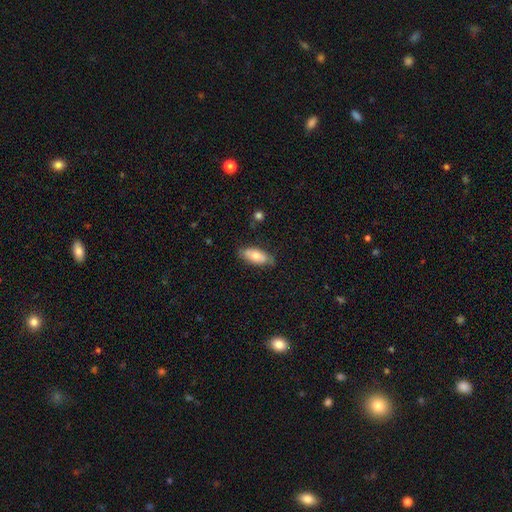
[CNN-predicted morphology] smooth 71%, featured or disk 23%, star or artifact 6%. Down the decision tree: how rounded — in between (84%); merging — none (75%).